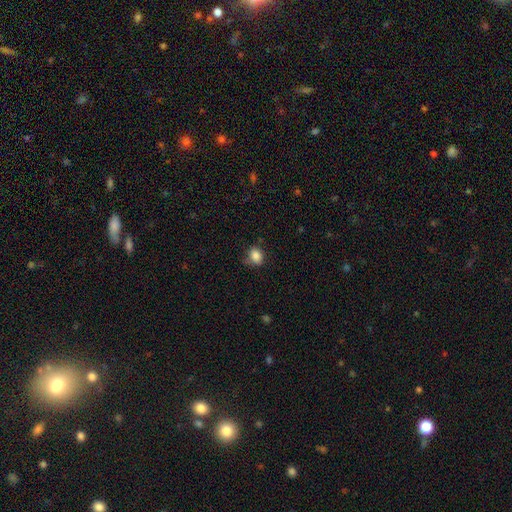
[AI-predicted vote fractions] The model was most divided on "how rounded": in between: 52%, round: 47%, cigar-shaped: 1%. More confident: smooth or featured — smooth (85%); merging — none (65%).